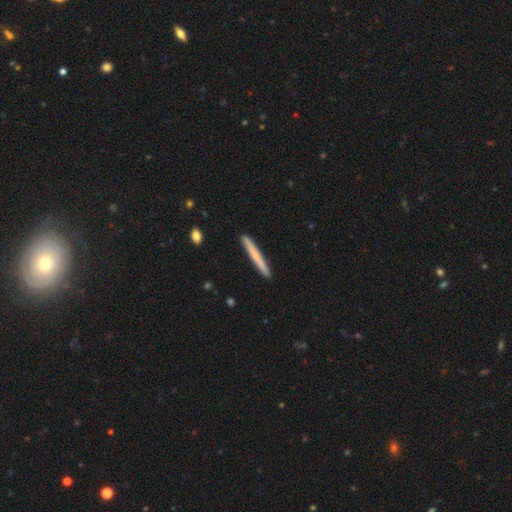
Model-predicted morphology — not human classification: Q: Smooth or featured?
A: smooth (60%); runner-up: featured or disk (34%)
Q: How rounded?
A: cigar-shaped (97%); runner-up: in between (2%)
Q: Merging?
A: none (92%); runner-up: minor disturbance (6%)